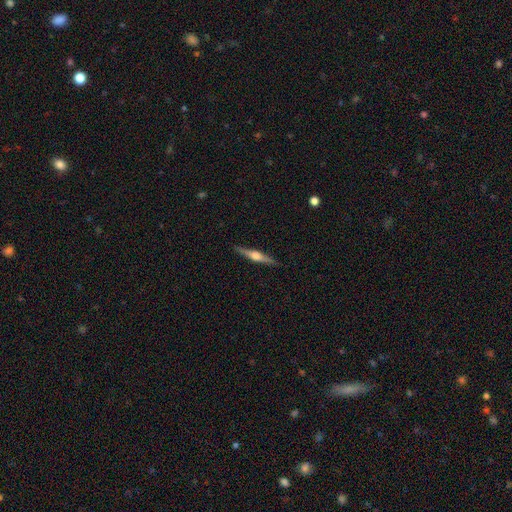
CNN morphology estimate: This is likely a featured or disk galaxy (75%). It is clearly viewed edge-on (98%). Edge-on bulge: clearly rounded (91%). Merging: clearly none (91%).